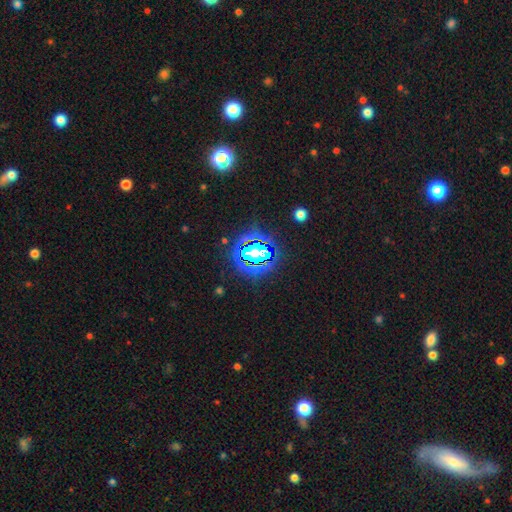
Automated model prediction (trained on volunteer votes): star or artifact 65%, smooth 21%, featured or disk 14%.